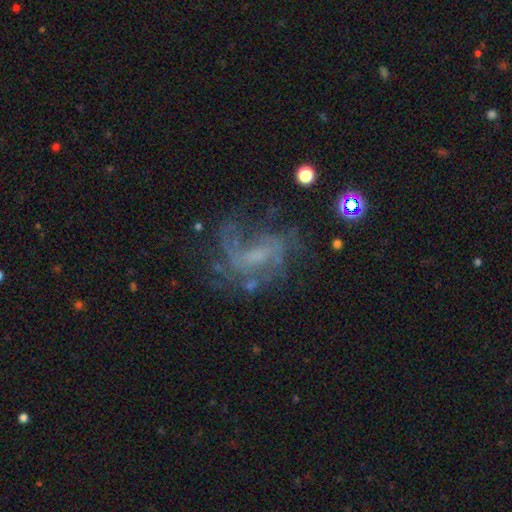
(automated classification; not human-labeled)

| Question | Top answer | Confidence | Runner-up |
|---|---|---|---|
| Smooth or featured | featured or disk | 74% | star or artifact (14%) |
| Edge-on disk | no | 97% | yes (3%) |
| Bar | weak | 47% | no (40%) |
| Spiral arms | yes | 81% | no (19%) |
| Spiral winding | loose | 43% | medium (39%) |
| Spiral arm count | can't tell | 33% | 2 (31%) |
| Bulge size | small | 39% | none (36%) |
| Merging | none | 49% | major disturbance (29%) |